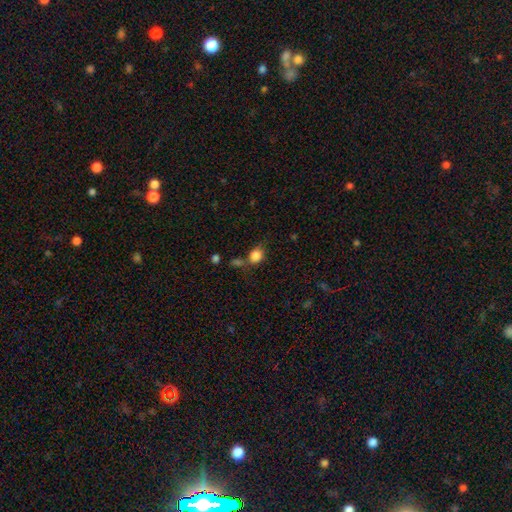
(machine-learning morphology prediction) Smooth or featured?
  - smooth: 84% *
  - star or artifact: 10%
  - featured or disk: 5%
How rounded?
  - round: 62% *
  - in between: 37%
  - cigar-shaped: 1%
Merging?
  - none: 54% *
  - minor disturbance: 19%
  - merger: 18%
  - major disturbance: 8%